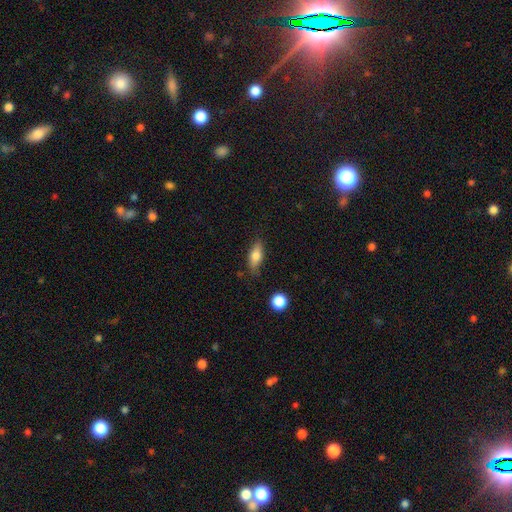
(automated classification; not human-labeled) This appears to be a smooth galaxy with no disk features (75%) that is in between round and cigar-shaped (73%). Merging: none (76%).